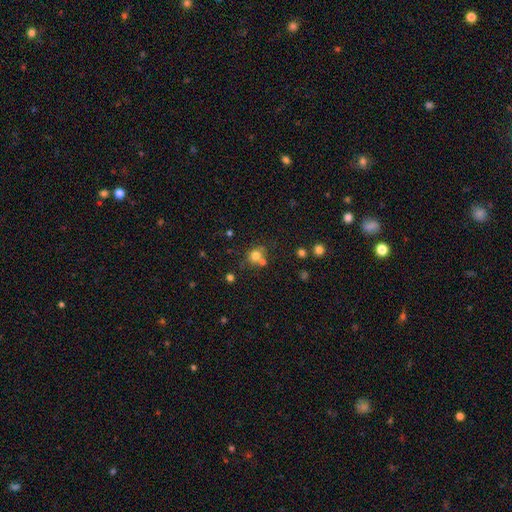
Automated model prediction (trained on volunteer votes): smooth 75%, star or artifact 15%, featured or disk 10%. Down the decision tree: how rounded — round (81%); merging — none (60%).